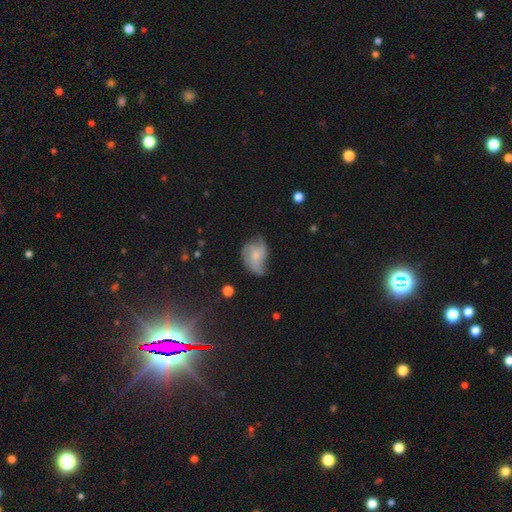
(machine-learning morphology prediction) A featured or disk galaxy (61%) with no bar (71%), spiral arms (84%) and a small central bulge (52%). Merging: none (46%).